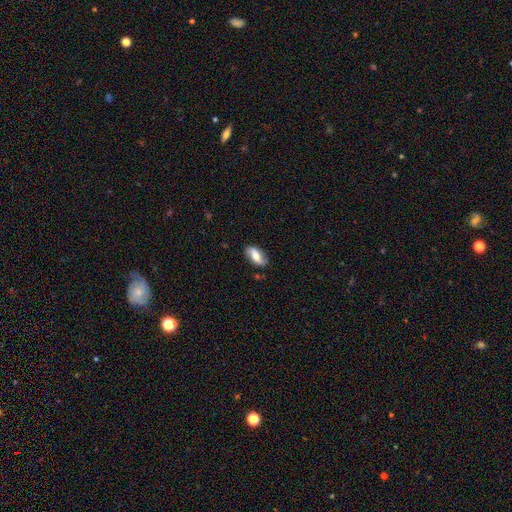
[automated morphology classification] This appears to be a smooth galaxy with no disk features (52%) that is in between round and cigar-shaped (85%). Merging: none (80%).